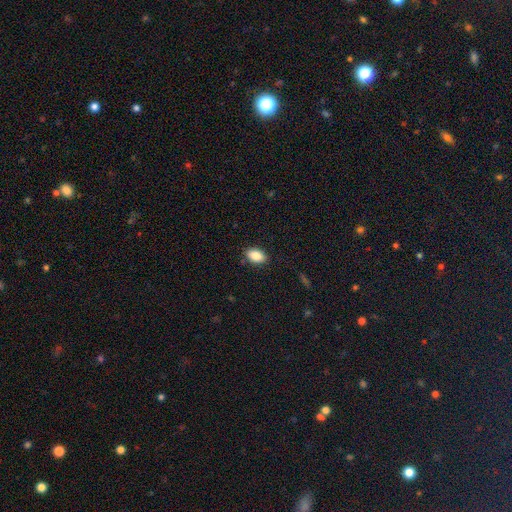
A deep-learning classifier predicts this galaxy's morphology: type=smooth (87%); roundness=in between (89%); merging=none (86%).